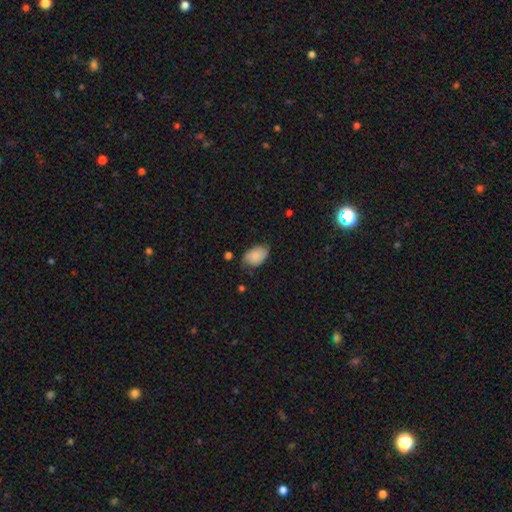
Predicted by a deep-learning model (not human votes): smooth-or-featured: smooth: 80% | featured or disk: 13% | star or artifact: 7%
  how-rounded: in between: 87% | round: 12% | cigar-shaped: 1%
  merging: none: 62% | minor disturbance: 30% | major disturbance: 6% | merger: 2%